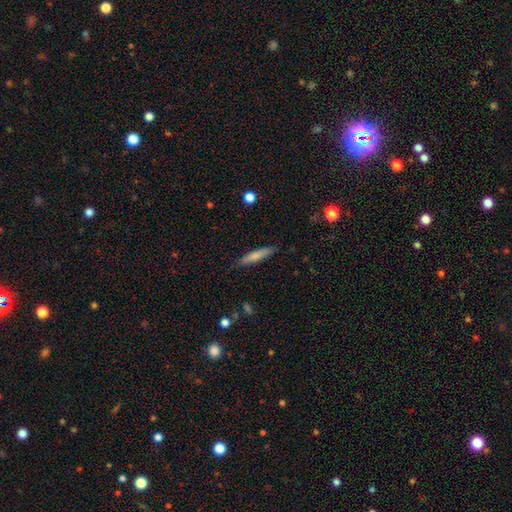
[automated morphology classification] Smooth or featured? Predicted: smooth (p=0.73). How rounded? Predicted: cigar-shaped (p=0.88). Merging? Predicted: none (p=0.85).